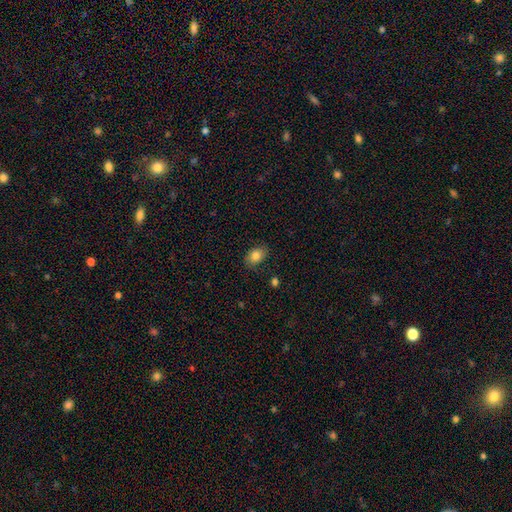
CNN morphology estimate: smooth-or-featured: smooth: 83% | featured or disk: 9% | star or artifact: 8%
  how-rounded: in between: 81% | round: 18% | cigar-shaped: 1%
  merging: none: 83% | minor disturbance: 13% | major disturbance: 3% | merger: 1%